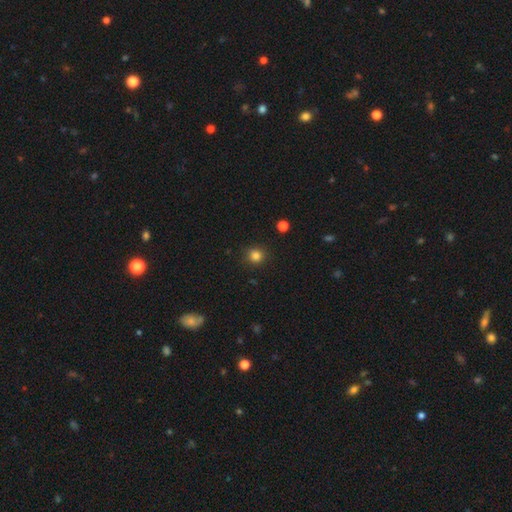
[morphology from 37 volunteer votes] Smooth or featured?
  - smooth: 84% *
  - featured or disk: 8%
  - star or artifact: 8%
How rounded?
  - round: 94% *
  - in between: 6%
  - cigar-shaped: 0%
Merging?
  - none: 94% *
  - minor disturbance: 3%
  - major disturbance: 3%
  - merger: 0%